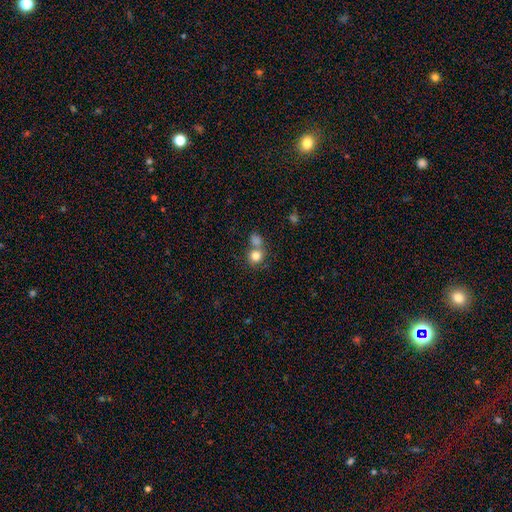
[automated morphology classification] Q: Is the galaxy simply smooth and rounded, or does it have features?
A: smooth — 81%.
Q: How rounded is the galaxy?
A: round — 84%.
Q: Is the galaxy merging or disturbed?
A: none — 53%.